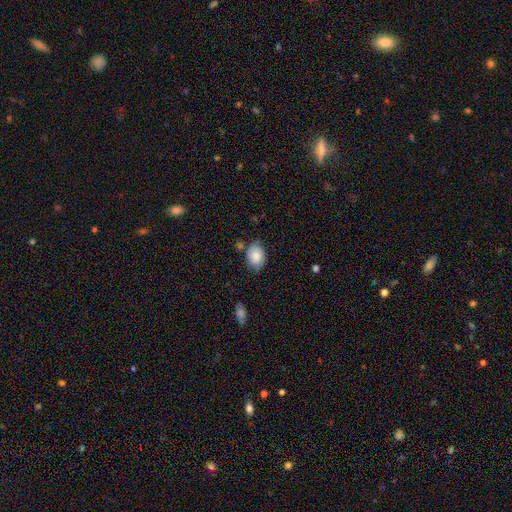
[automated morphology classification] Q: Smooth or featured?
A: smooth (78%); runner-up: featured or disk (14%)
Q: How rounded?
A: in between (76%); runner-up: round (23%)
Q: Merging?
A: none (67%); runner-up: minor disturbance (23%)